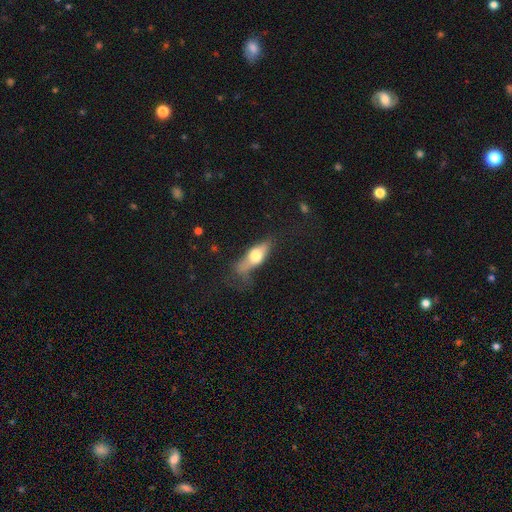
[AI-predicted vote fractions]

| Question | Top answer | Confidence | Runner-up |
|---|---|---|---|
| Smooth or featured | smooth | 55% | featured or disk (37%) |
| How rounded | in between | 65% | cigar-shaped (29%) |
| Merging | none | 42% | minor disturbance (29%) |